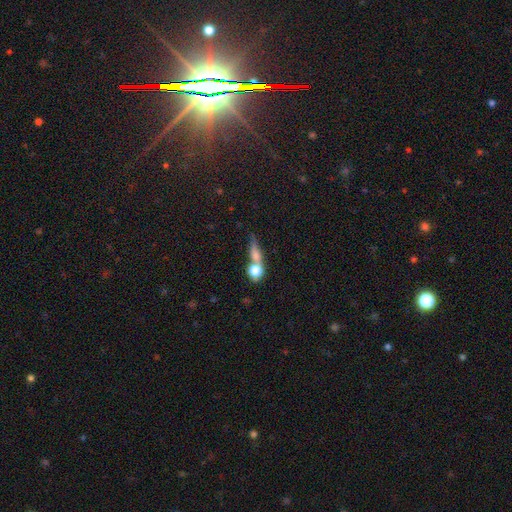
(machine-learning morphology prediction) Smooth or featured?
  - smooth: 62% *
  - featured or disk: 25%
  - star or artifact: 14%
How rounded?
  - round: 43% *
  - in between: 29%
  - cigar-shaped: 28%
Merging?
  - merger: 45% *
  - none: 34%
  - minor disturbance: 11%
  - major disturbance: 10%